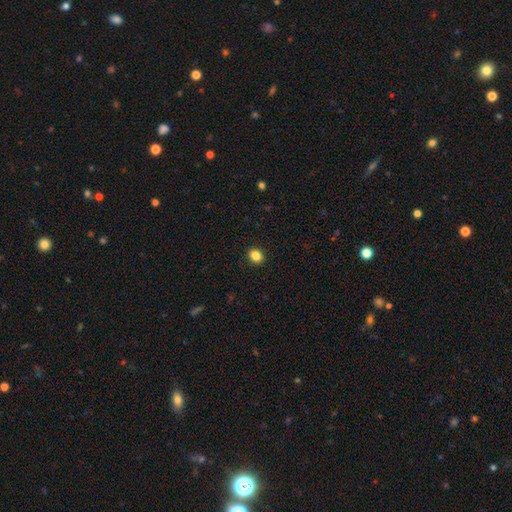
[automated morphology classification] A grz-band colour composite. It shows a smooth galaxy with no disk features (85%) that is round (60%). Merging: none (91%).